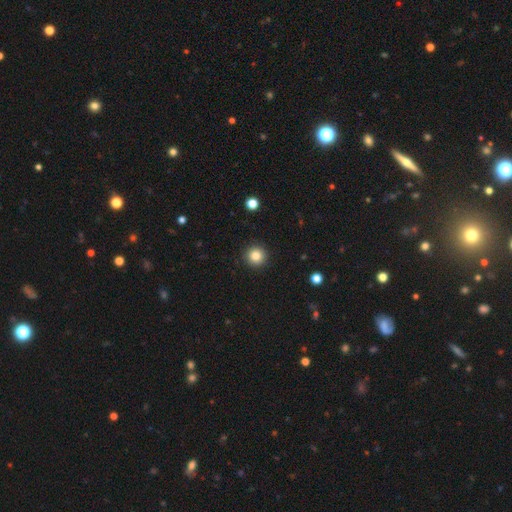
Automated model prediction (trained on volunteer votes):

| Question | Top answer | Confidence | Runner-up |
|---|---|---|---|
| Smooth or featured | smooth | 84% | star or artifact (11%) |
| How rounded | round | 95% | in between (4%) |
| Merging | none | 92% | minor disturbance (5%) |